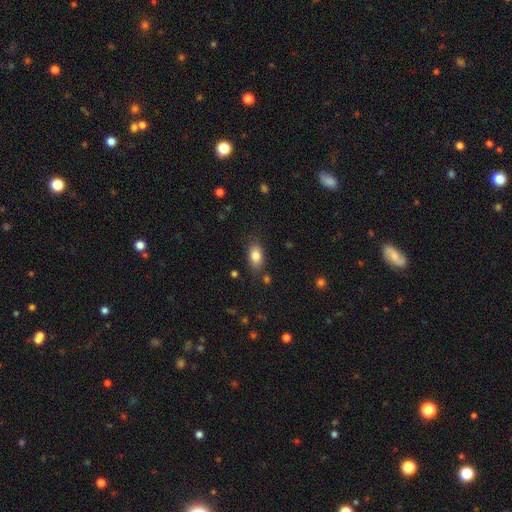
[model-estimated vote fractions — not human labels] A smooth galaxy with no disk features (83%) that is in between round and cigar-shaped (87%).

Vote fractions:
- Smooth or featured? smooth: 83% / featured or disk: 9% / star or artifact: 8%
- How rounded? in between: 87% / round: 9% / cigar-shaped: 4%
- Merging? none: 81% / minor disturbance: 13% / major disturbance: 3% / merger: 3%